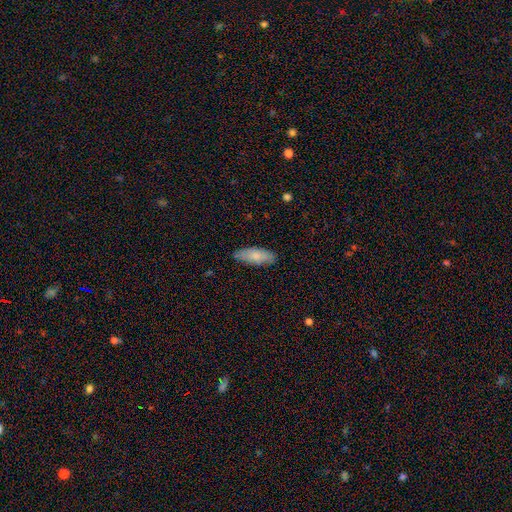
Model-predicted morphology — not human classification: Smooth or featured? Predicted: smooth (p=0.80). How rounded? Predicted: in between (p=0.71). Merging? Predicted: none (p=0.82).